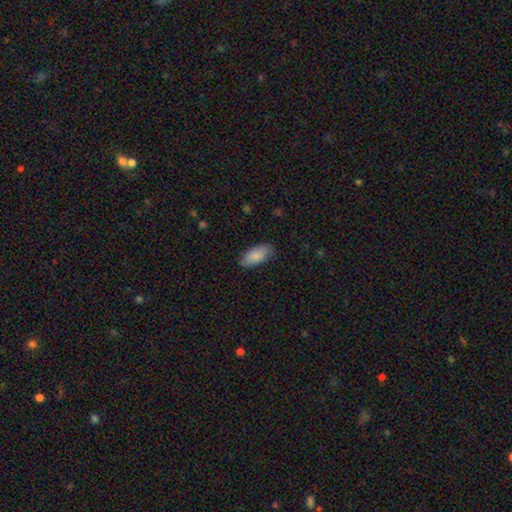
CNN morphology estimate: A smooth galaxy with no disk features (84%) that is in between round and cigar-shaped (90%).

Vote fractions:
- Smooth or featured? smooth: 84% / featured or disk: 11% / star or artifact: 6%
- How rounded? in between: 90% / cigar-shaped: 8% / round: 2%
- Merging? none: 80% / minor disturbance: 16% / major disturbance: 3% / merger: 1%